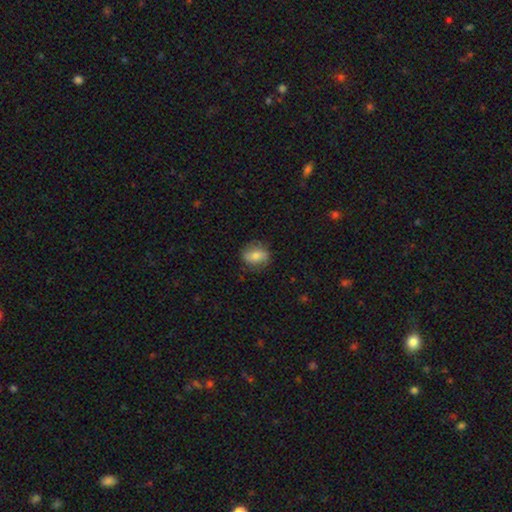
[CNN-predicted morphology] Q: Smooth or featured?
A: smooth (60%); runner-up: featured or disk (32%)
Q: How rounded?
A: in between (60%); runner-up: round (37%)
Q: Merging?
A: none (78%); runner-up: minor disturbance (16%)